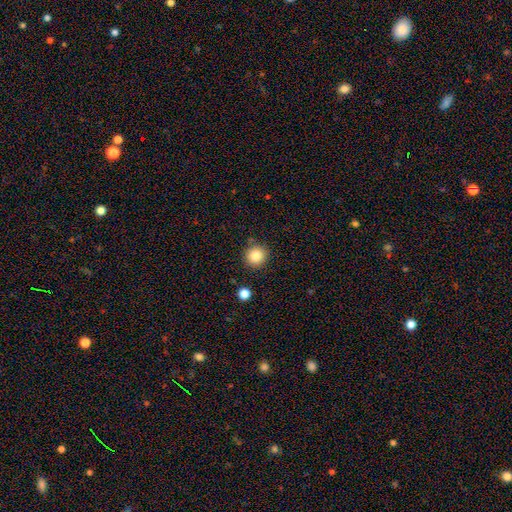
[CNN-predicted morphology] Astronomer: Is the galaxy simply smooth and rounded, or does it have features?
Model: smooth — 84%.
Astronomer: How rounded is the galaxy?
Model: round — 93%.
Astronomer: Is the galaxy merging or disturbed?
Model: none — 87%.